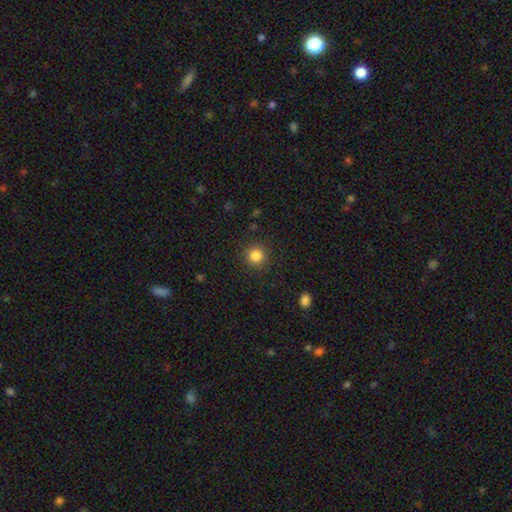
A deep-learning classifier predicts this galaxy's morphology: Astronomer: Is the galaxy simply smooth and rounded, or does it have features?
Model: smooth — 84%.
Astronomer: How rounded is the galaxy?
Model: round — 93%.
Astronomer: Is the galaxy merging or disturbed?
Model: none — 89%.